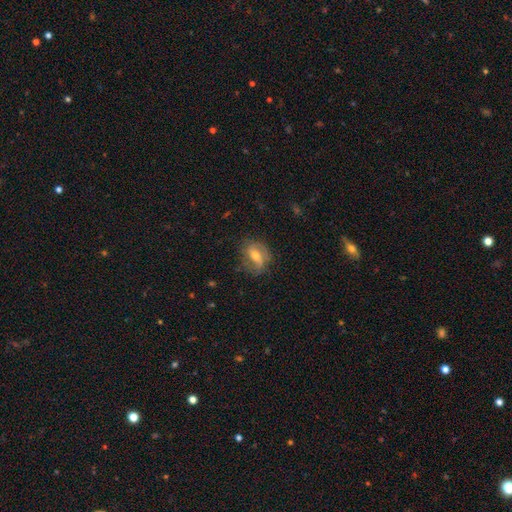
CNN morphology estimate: Smooth or featured? featured or disk (59%)
Edge-on disk? no (91%)
Bar? weak (40%)
Spiral arms? yes (72%)
Bulge size? moderate (62%)
Merging? none (68%)